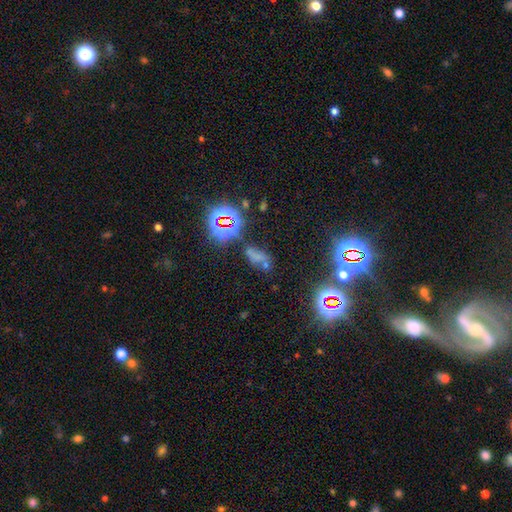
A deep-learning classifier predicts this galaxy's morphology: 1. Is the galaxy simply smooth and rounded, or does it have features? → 44% smooth, 41% star or artifact, 14% featured or disk.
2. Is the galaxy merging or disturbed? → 44% none, 20% minor disturbance, 20% merger, 16% major disturbance.